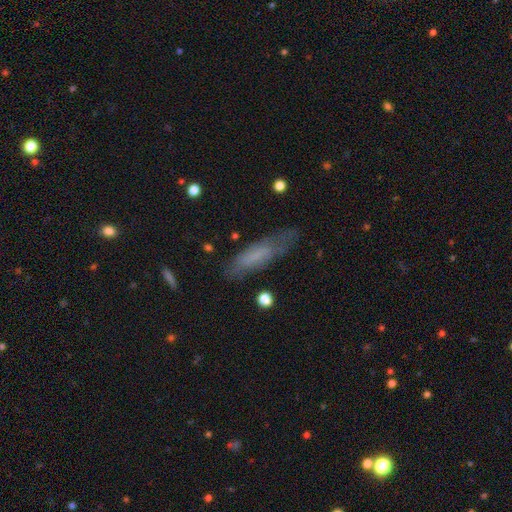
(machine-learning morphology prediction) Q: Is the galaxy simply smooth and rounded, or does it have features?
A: smooth — 59%.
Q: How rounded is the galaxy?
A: cigar-shaped — 62%.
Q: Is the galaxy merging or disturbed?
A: none — 65%.